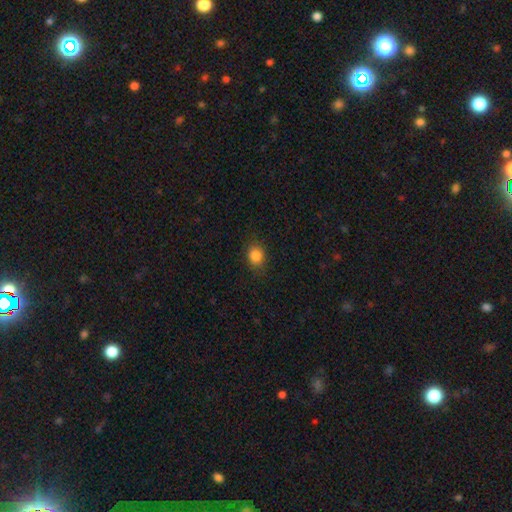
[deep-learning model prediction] smooth 84%, star or artifact 11%, featured or disk 5%. Down the decision tree: how rounded — round (60%); merging — none (86%).